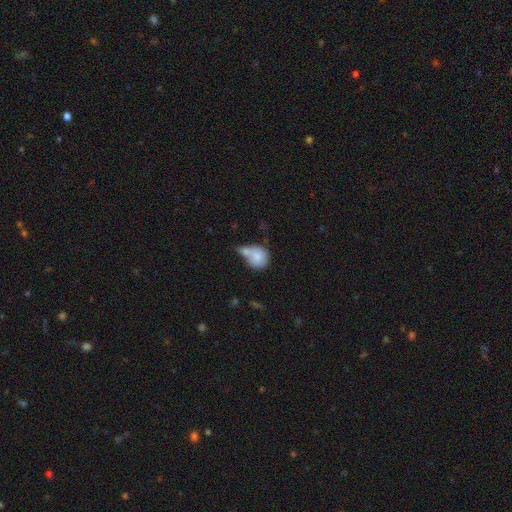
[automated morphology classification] type=smooth (79%); roundness=round (70%); merging=merger (50%).